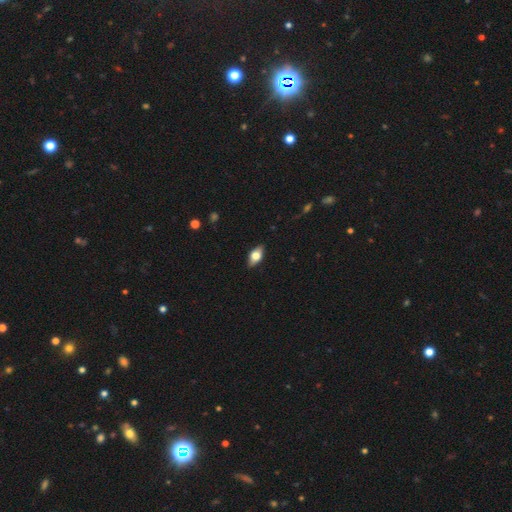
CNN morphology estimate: Smooth or featured? Predicted: smooth (p=0.62). How rounded? Predicted: in between (p=0.85). Merging? Predicted: none (p=0.86).